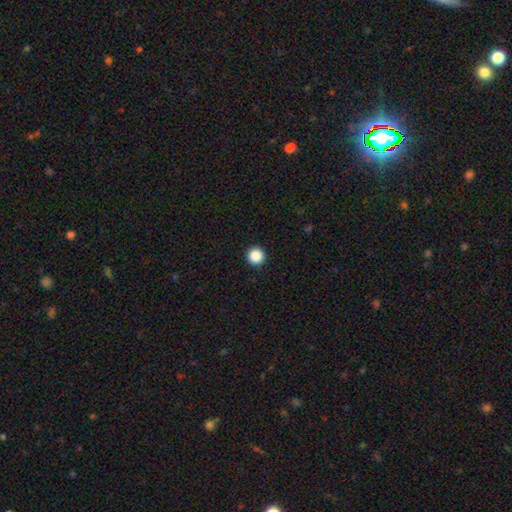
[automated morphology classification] A smooth galaxy with no disk features (87%) that is round (97%).

Vote fractions:
- Smooth or featured? smooth: 87% / star or artifact: 10% / featured or disk: 3%
- How rounded? round: 97% / in between: 2% / cigar-shaped: 1%
- Merging? none: 94% / minor disturbance: 4% / major disturbance: 1% / merger: 1%